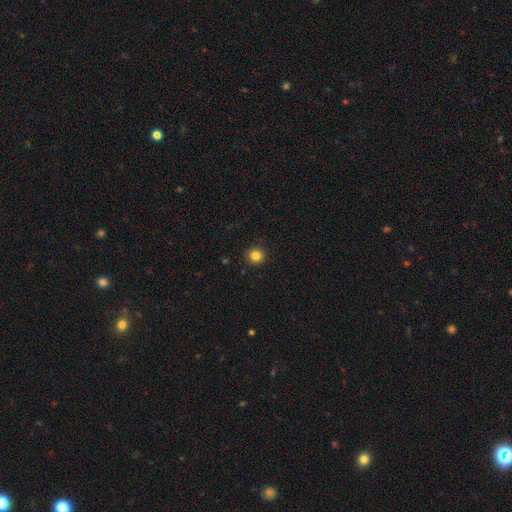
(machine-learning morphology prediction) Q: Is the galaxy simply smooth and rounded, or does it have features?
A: smooth — 83%.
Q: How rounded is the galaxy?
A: round — 94%.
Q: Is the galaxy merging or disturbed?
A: none — 92%.